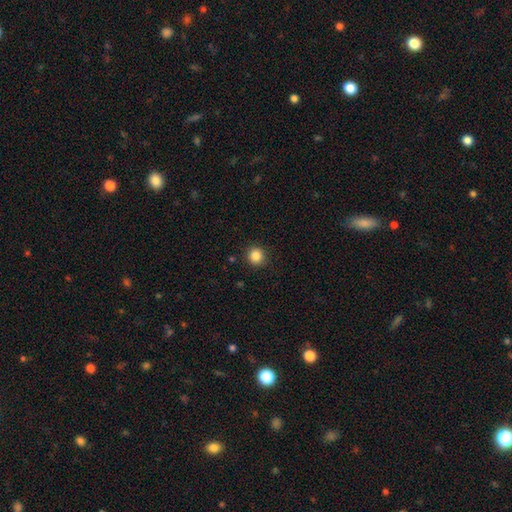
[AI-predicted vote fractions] Smooth or featured?
  - smooth: 86% *
  - star or artifact: 11%
  - featured or disk: 4%
How rounded?
  - round: 93% *
  - in between: 6%
  - cigar-shaped: 1%
Merging?
  - none: 91% *
  - minor disturbance: 6%
  - major disturbance: 2%
  - merger: 1%